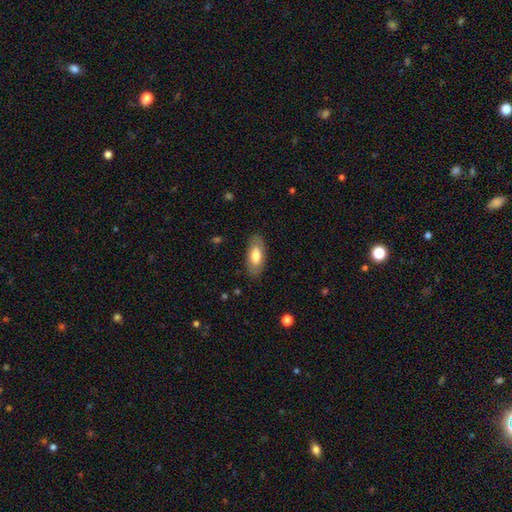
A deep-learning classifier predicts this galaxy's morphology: A smooth galaxy with no disk features (67%) that is in between round and cigar-shaped (90%). Merging: none (85%).